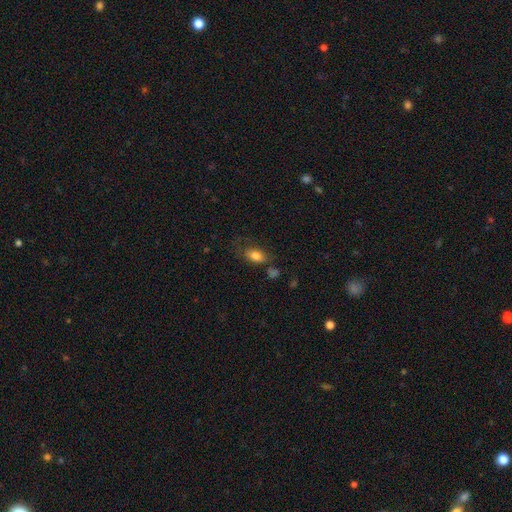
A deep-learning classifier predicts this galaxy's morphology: This appears to be a smooth galaxy with no disk features (81%) that is in between round and cigar-shaped (87%). Merging: none (58%).